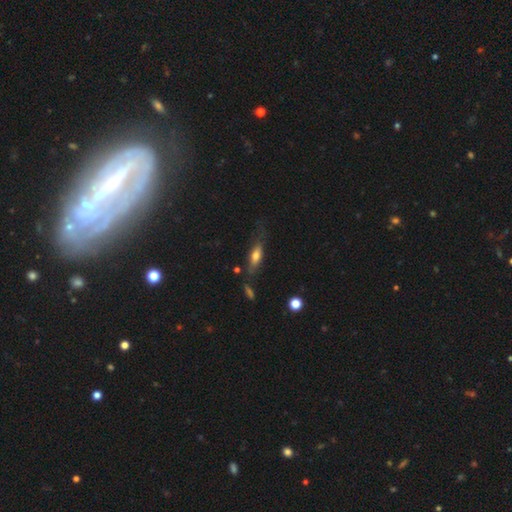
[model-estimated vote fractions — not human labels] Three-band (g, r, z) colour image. It shows a smooth galaxy with no disk features (57%) that is cigar-shaped (49%). Merging: none (59%).